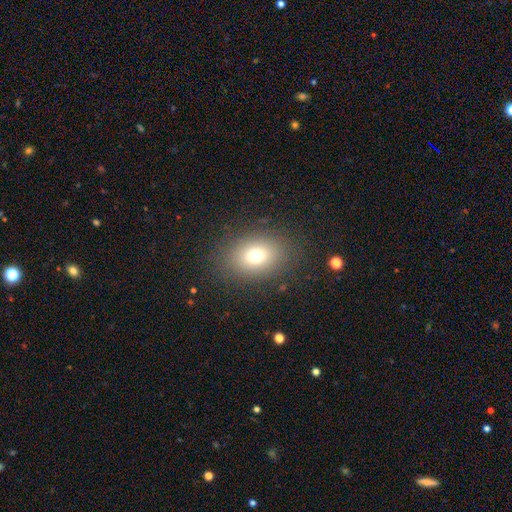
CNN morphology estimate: smooth 73%, star or artifact 14%, featured or disk 13%. Down the decision tree: how rounded — in between (64%); merging — none (85%).